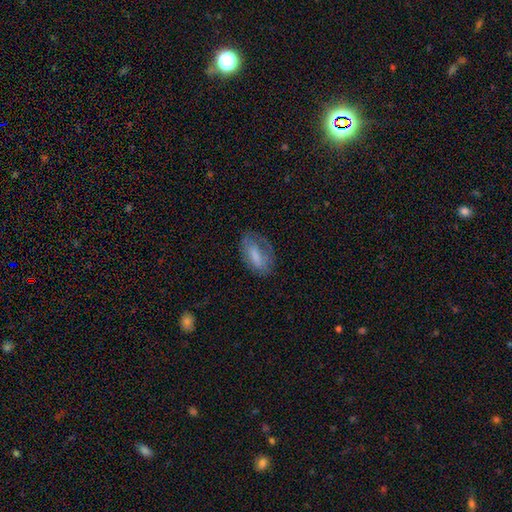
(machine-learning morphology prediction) This is likely a smooth galaxy (65%). How rounded: clearly in between (89%). Merging: possibly none (57%).